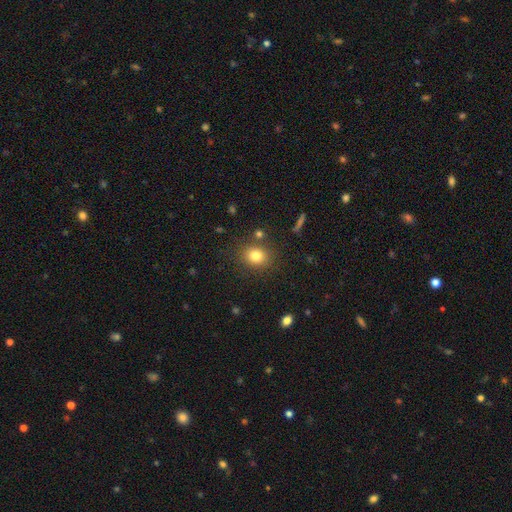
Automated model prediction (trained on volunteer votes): This is likely a smooth galaxy (80%). How rounded: likely round (63%). Merging: clearly none (83%).